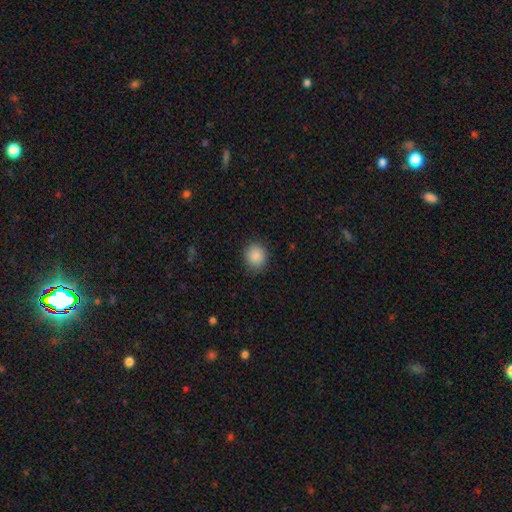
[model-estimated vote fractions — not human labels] Q: Smooth or featured?
A: smooth (88%); runner-up: star or artifact (8%)
Q: How rounded?
A: round (74%); runner-up: in between (25%)
Q: Merging?
A: none (84%); runner-up: minor disturbance (12%)